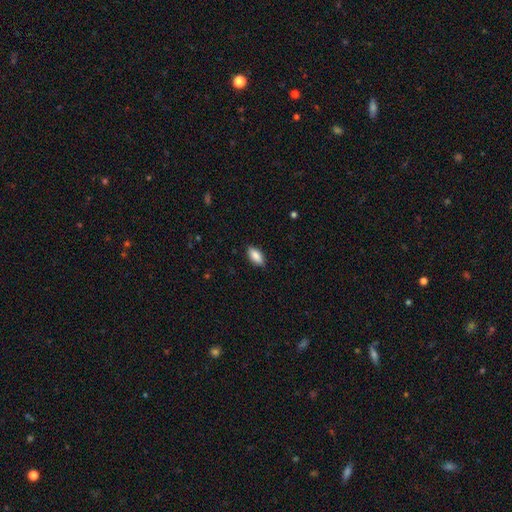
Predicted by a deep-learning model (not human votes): A smooth galaxy with no disk features (86%) that is in between round and cigar-shaped (87%).

Vote fractions:
- Smooth or featured? smooth: 86% / featured or disk: 8% / star or artifact: 7%
- How rounded? in between: 87% / cigar-shaped: 10% / round: 2%
- Merging? none: 87% / minor disturbance: 10% / major disturbance: 2% / merger: 1%